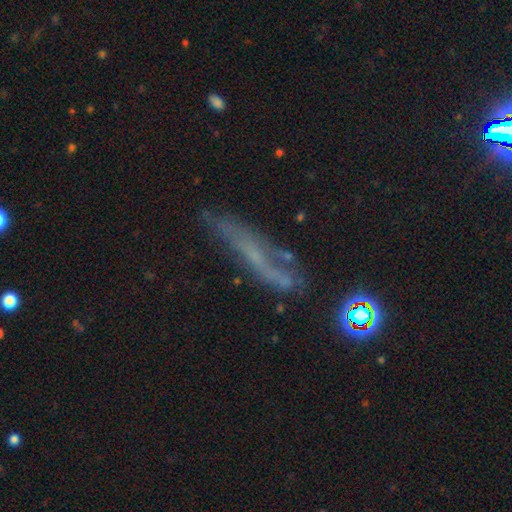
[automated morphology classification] smooth_or_featured: featured or disk (p=0.48) [alt: smooth p=0.32]
merging: none (p=0.53) [alt: minor disturbance p=0.25]